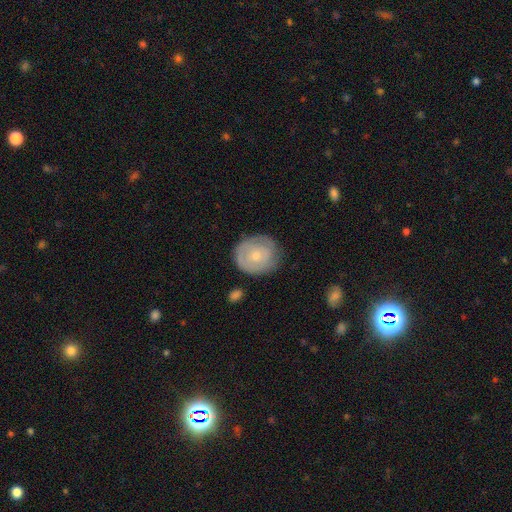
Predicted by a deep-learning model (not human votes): smooth_or_featured: featured or disk (p=0.48) [alt: smooth p=0.46]
merging: none (p=0.72) [alt: minor disturbance p=0.20]